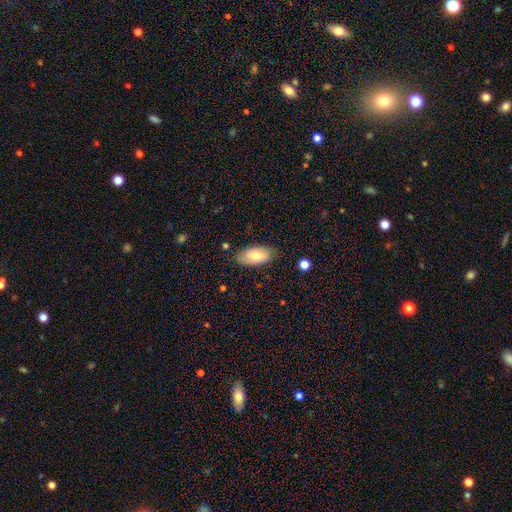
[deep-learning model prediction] A smooth galaxy with no disk features (73%) that is in between round and cigar-shaped (92%). Merging: none (78%).